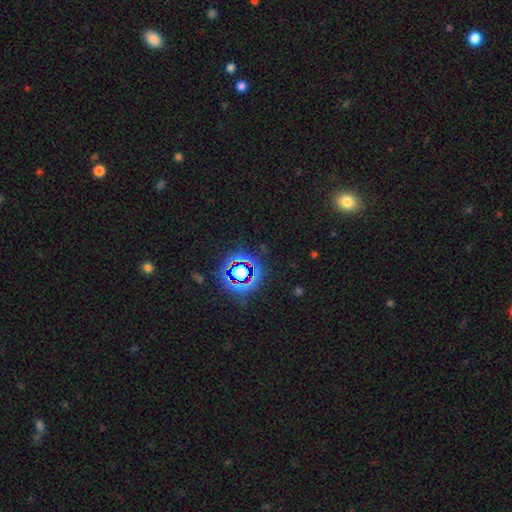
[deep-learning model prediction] Smooth or featured? star or artifact (73%)